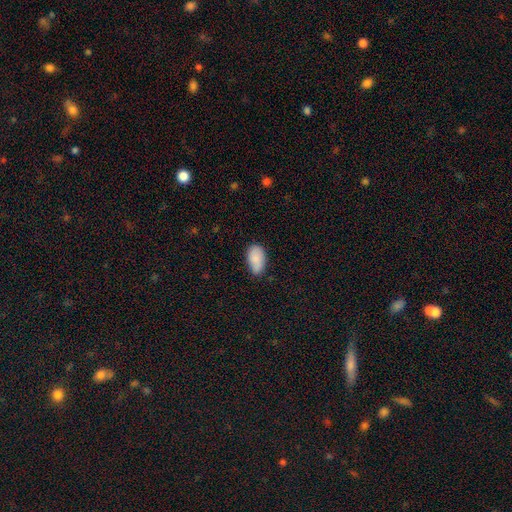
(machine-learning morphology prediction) Smooth or featured?
  - smooth: 88% *
  - star or artifact: 7%
  - featured or disk: 6%
How rounded?
  - in between: 94% *
  - round: 4%
  - cigar-shaped: 2%
Merging?
  - none: 68% *
  - minor disturbance: 26%
  - major disturbance: 4%
  - merger: 2%